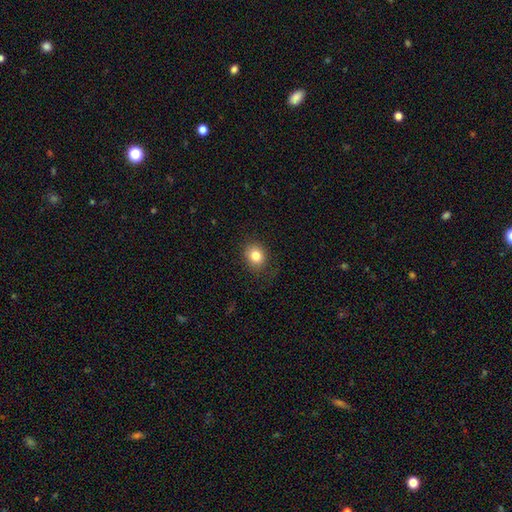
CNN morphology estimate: Q: Smooth or featured?
A: smooth (82%); runner-up: star or artifact (11%)
Q: How rounded?
A: round (66%); runner-up: in between (34%)
Q: Merging?
A: none (84%); runner-up: minor disturbance (11%)